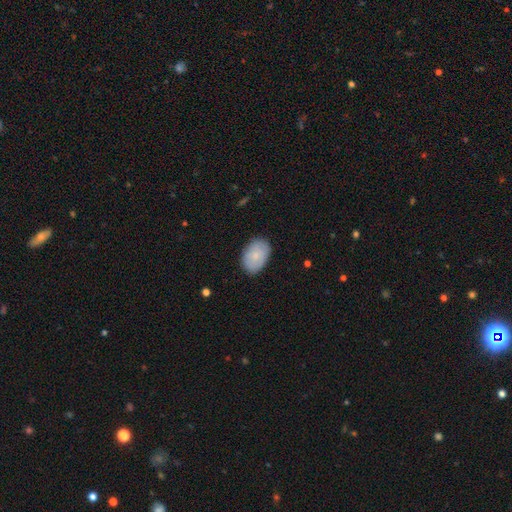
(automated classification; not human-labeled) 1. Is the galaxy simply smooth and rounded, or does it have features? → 80% smooth, 14% featured or disk, 6% star or artifact.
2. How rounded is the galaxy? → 85% in between, 13% round, 1% cigar-shaped.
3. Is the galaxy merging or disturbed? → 84% none, 12% minor disturbance, 3% major disturbance, 1% merger.